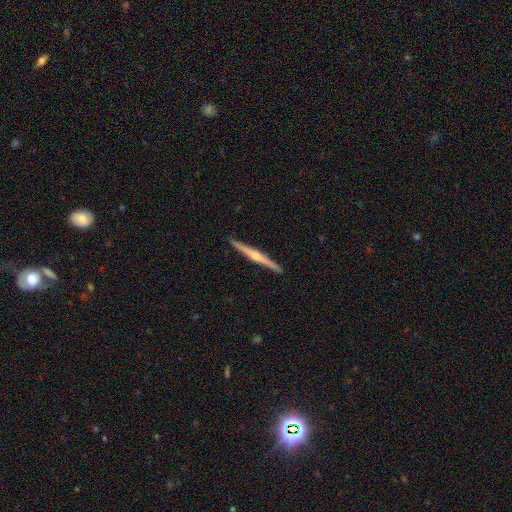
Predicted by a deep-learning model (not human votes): This is likely a featured or disk galaxy (75%). It is clearly viewed edge-on (98%). Edge-on bulge: clearly rounded (83%). Merging: clearly none (92%).